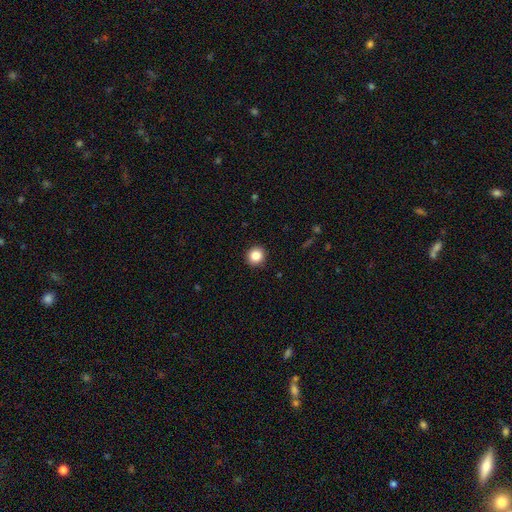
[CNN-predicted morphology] type=smooth (86%); roundness=round (91%); merging=none (92%).